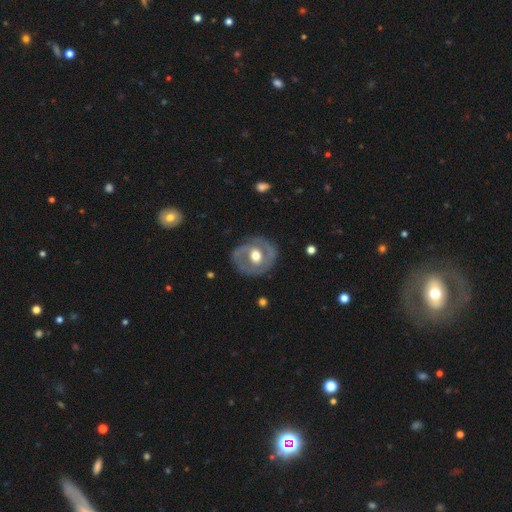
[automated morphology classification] Smooth or featured? Predicted: featured or disk (p=0.65). Edge-on disk? Predicted: no (p=0.96). Bar? Predicted: no (p=0.59). Spiral arms? Predicted: no (p=0.61). Bulge size? Predicted: moderate (p=0.67). Merging? Predicted: none (p=0.76).